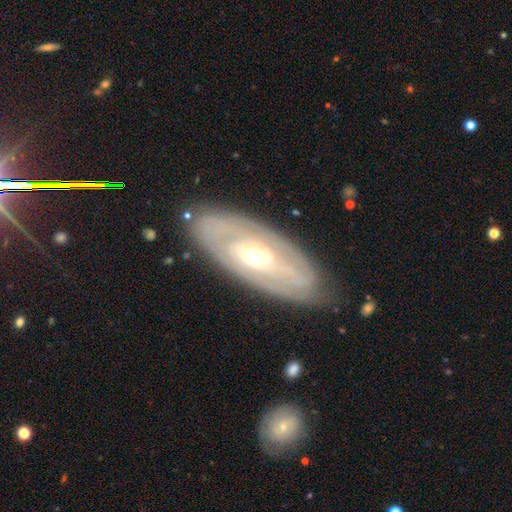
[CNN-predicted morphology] Q: Smooth or featured?
A: featured or disk (77%); runner-up: smooth (18%)
Q: Edge-on disk?
A: no (87%); runner-up: yes (13%)
Q: Bar?
A: no (66%); runner-up: weak (24%)
Q: Spiral arms?
A: yes (67%); runner-up: no (33%)
Q: Bulge size?
A: moderate (66%); runner-up: small (25%)
Q: Merging?
A: none (81%); runner-up: minor disturbance (13%)